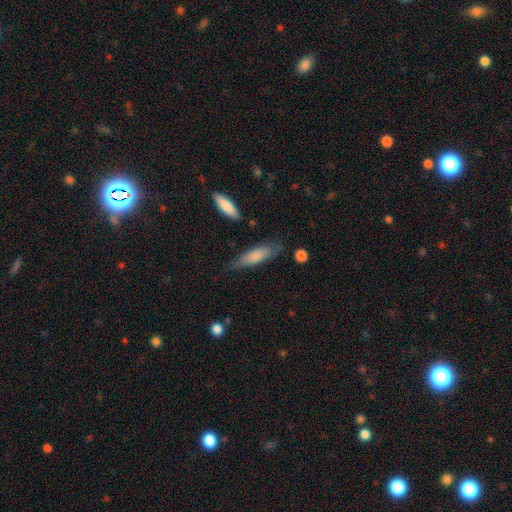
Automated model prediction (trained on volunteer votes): This is likely a smooth galaxy (73%). How rounded: likely cigar-shaped (61%). Merging: likely none (67%).